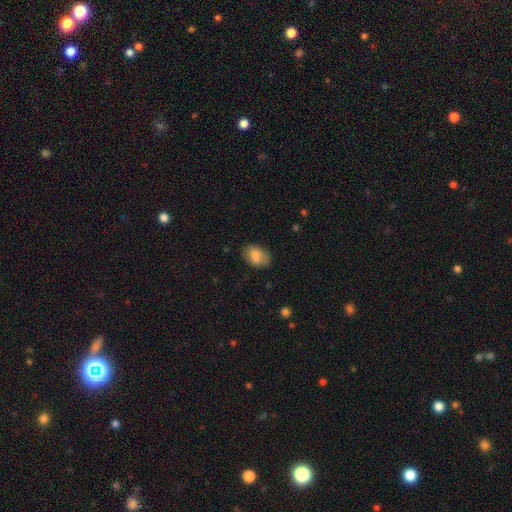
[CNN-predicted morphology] A smooth galaxy with no disk features (81%) that is in between round and cigar-shaped (83%).

Vote fractions:
- Smooth or featured? smooth: 81% / featured or disk: 12% / star or artifact: 7%
- How rounded? in between: 83% / round: 16% / cigar-shaped: 1%
- Merging? none: 79% / minor disturbance: 16% / major disturbance: 3% / merger: 1%